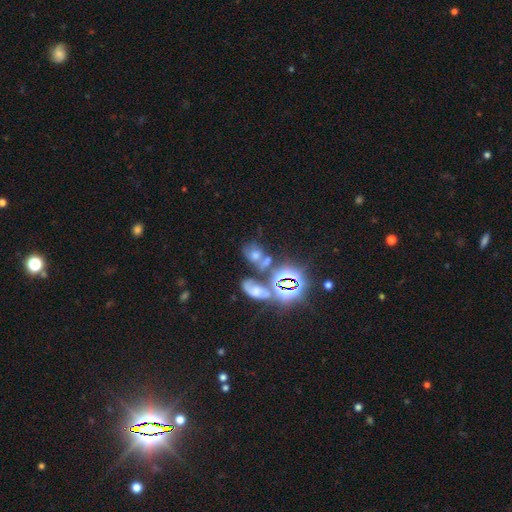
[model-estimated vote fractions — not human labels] Smooth or featured?
  - star or artifact: 41% *
  - smooth: 36%
  - featured or disk: 23%